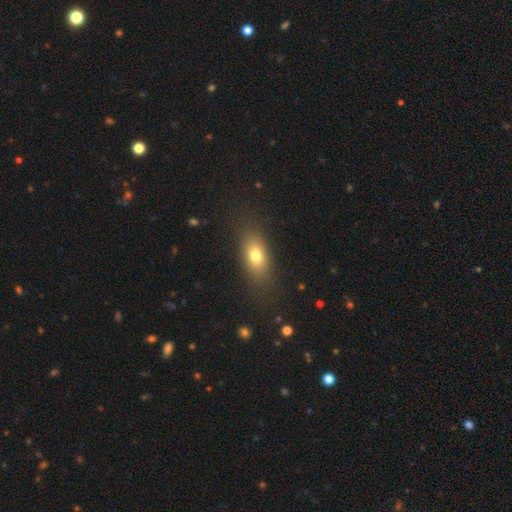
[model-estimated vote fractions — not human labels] Morphology: type=smooth (75%); roundness=in between (79%); merging=none (81%).